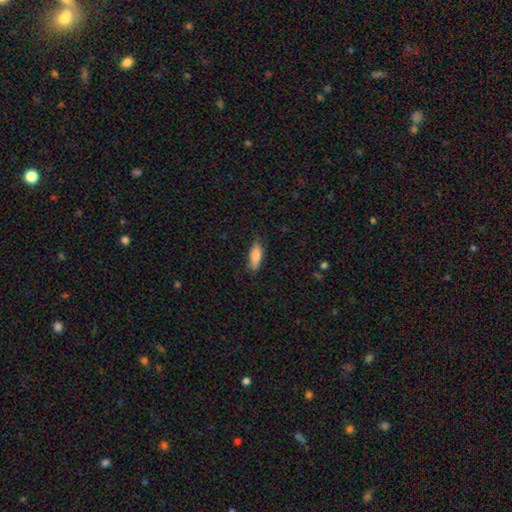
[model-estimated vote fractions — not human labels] The model was most divided on "how rounded": in between: 65%, cigar-shaped: 33%, round: 2%. More confident: smooth or featured — smooth (85%); merging — none (79%).